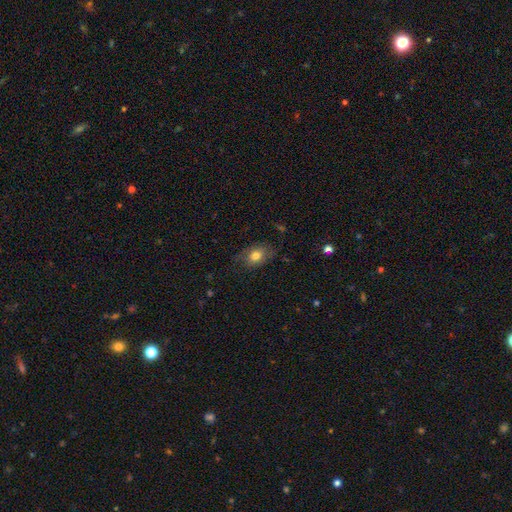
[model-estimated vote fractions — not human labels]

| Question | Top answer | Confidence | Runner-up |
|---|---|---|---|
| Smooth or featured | smooth | 76% | featured or disk (15%) |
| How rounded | in between | 77% | round (21%) |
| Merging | none | 72% | minor disturbance (21%) |